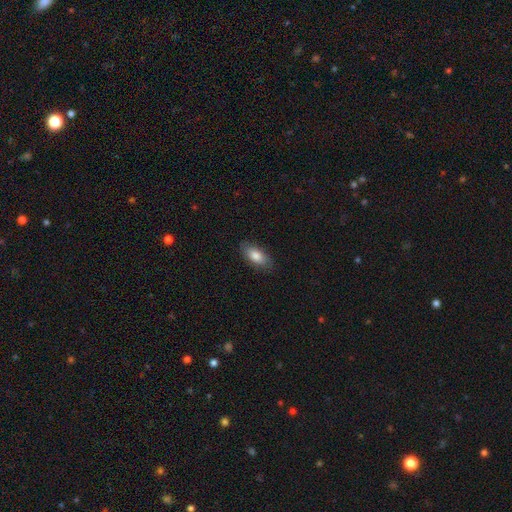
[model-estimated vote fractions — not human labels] The model was most divided on "smooth or featured": smooth: 81%, featured or disk: 13%, star or artifact: 6%. More confident: how rounded — in between (89%); merging — none (84%).